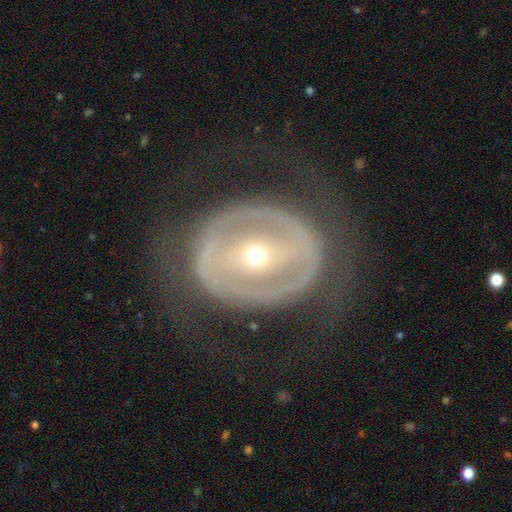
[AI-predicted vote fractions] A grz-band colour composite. It shows a featured or disk galaxy (79%) with a strong bar (55%), no spiral arms (69%) and a small central bulge (54%). Merging: none (71%).